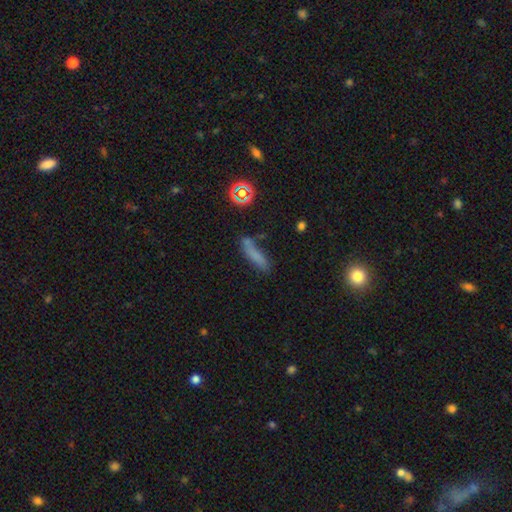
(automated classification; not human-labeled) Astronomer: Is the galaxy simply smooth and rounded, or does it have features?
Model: smooth — 68%.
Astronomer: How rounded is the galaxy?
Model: cigar-shaped — 72%.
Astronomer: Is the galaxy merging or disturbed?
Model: none — 56%.